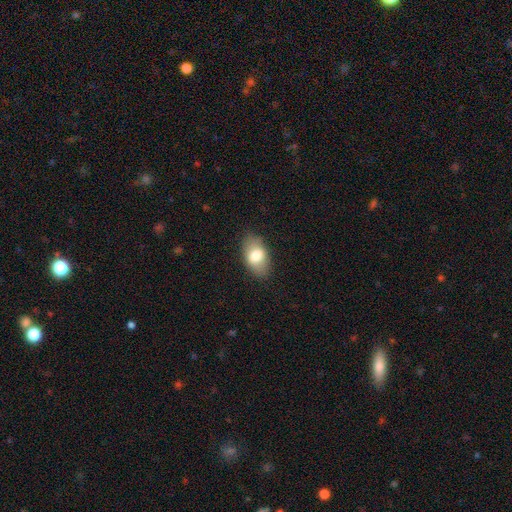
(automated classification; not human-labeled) This appears to be a smooth galaxy with no disk features (75%) that is in between round and cigar-shaped (91%). Merging: none (84%).